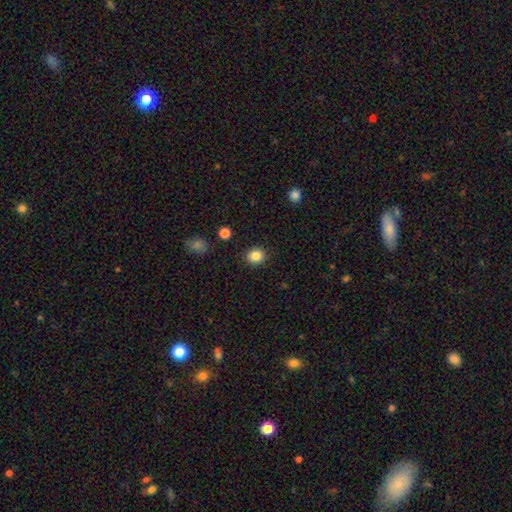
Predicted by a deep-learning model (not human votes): Q: Smooth or featured?
A: smooth (85%); runner-up: star or artifact (11%)
Q: How rounded?
A: round (83%); runner-up: in between (16%)
Q: Merging?
A: none (90%); runner-up: minor disturbance (6%)